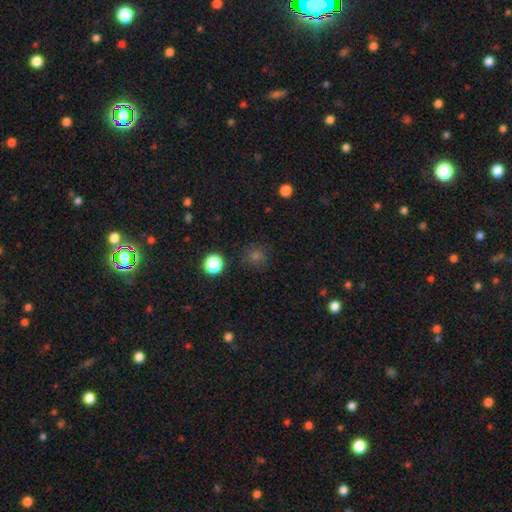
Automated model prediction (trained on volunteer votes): A smooth galaxy with no disk features (65%) that is round (91%).

Vote fractions:
- Smooth or featured? smooth: 65% / star or artifact: 28% / featured or disk: 7%
- How rounded? round: 91% / in between: 7% / cigar-shaped: 1%
- Merging? none: 88% / minor disturbance: 8% / major disturbance: 3% / merger: 2%